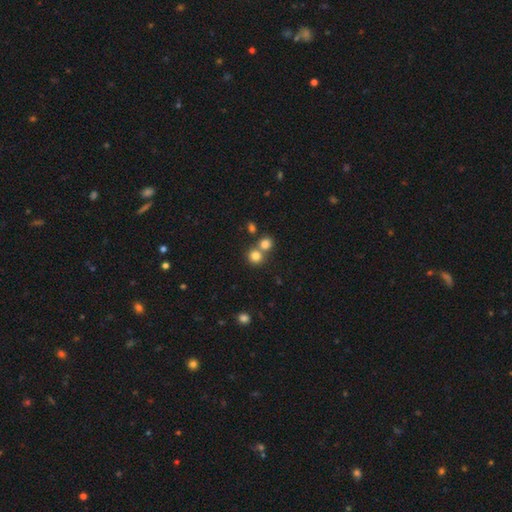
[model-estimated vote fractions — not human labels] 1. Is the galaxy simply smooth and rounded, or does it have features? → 80% smooth, 13% star or artifact, 7% featured or disk.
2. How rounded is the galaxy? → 88% round, 11% in between, 1% cigar-shaped.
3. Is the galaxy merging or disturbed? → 55% none, 36% merger, 6% minor disturbance, 3% major disturbance.